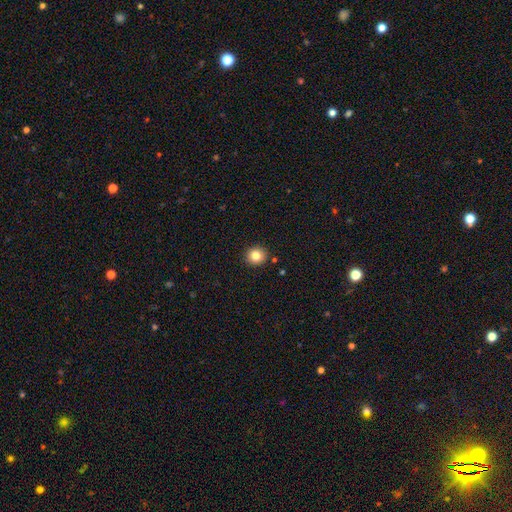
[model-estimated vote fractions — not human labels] Overall: smooth (82%). How rounded: round (88%). Merging: none (91%).